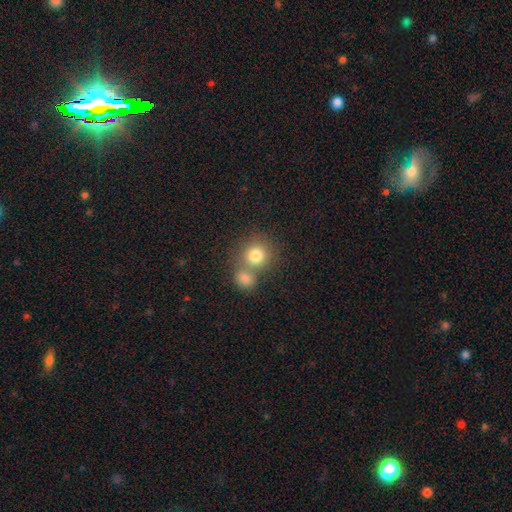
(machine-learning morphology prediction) Smooth or featured? Predicted: smooth (p=0.80). How rounded? Predicted: round (p=0.87). Merging? Predicted: none (p=0.49).